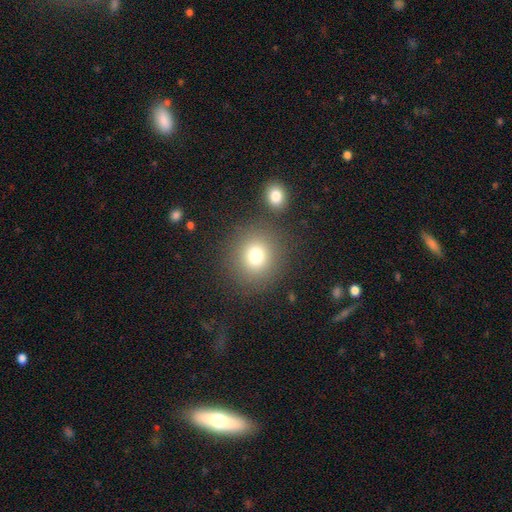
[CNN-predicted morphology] smooth_or_featured: smooth (p=0.76) [alt: star or artifact p=0.14]
how_rounded: round (p=0.87) [alt: in between p=0.12]
merging: none (p=0.81) [alt: minor disturbance p=0.08]